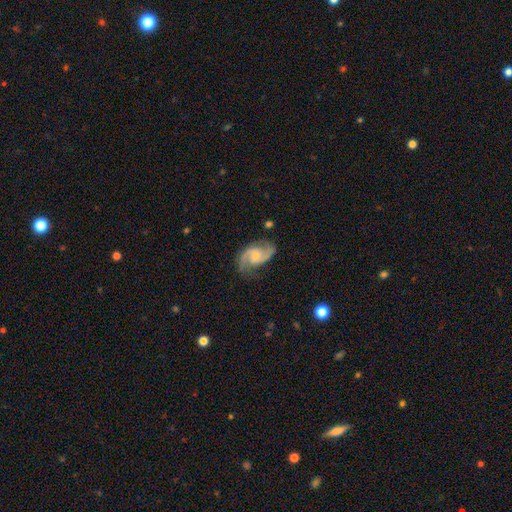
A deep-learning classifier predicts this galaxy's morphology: Smooth or featured?
  - featured or disk: 86% *
  - smooth: 8%
  - star or artifact: 5%
Edge-on disk?
  - no: 98% *
  - yes: 2%
Bar?
  - no: 52% *
  - weak: 40%
  - strong: 8%
Spiral arms?
  - yes: 97% *
  - no: 3%
Spiral winding?
  - medium: 49% *
  - loose: 39%
  - tight: 12%
Spiral arm count?
  - 2: 92% *
  - can't tell: 3%
  - 3: 2%
  - 1: 2%
  - 4: 1%
  - more than 4: 1%
Bulge size?
  - small: 56% *
  - moderate: 27%
  - none: 13%
  - large: 3%
  - dominant: 1%
Merging?
  - none: 73% *
  - minor disturbance: 17%
  - major disturbance: 8%
  - merger: 2%